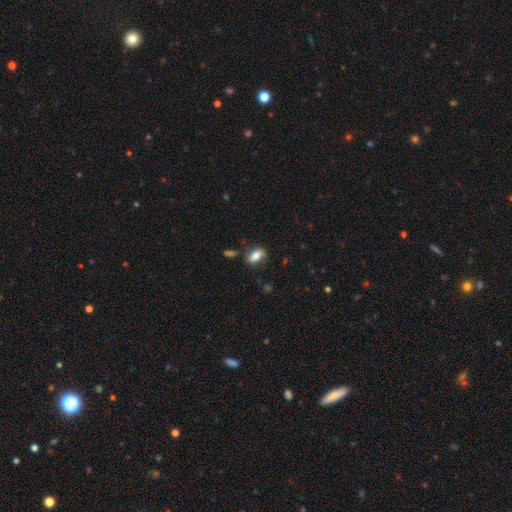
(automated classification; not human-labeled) Smooth or featured? smooth (75%)
How rounded? in between (88%)
Merging? none (75%)